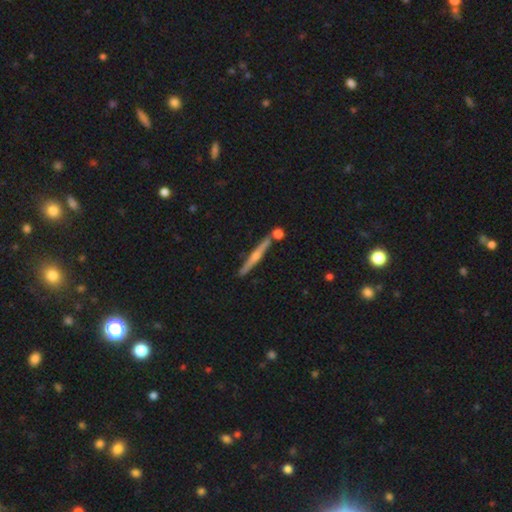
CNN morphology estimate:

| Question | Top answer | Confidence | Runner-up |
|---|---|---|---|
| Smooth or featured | featured or disk | 71% | smooth (22%) |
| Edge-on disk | yes | 98% | no (2%) |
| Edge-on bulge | rounded | 84% | none (11%) |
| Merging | none | 81% | merger (9%) |